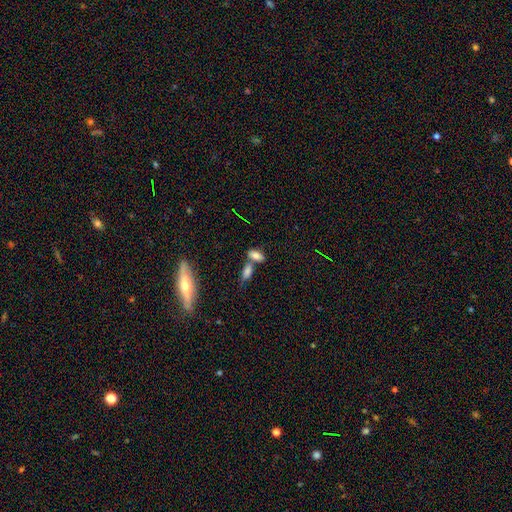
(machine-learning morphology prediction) Smooth or featured? smooth (78%)
How rounded? in between (84%)
Merging? none (45%)